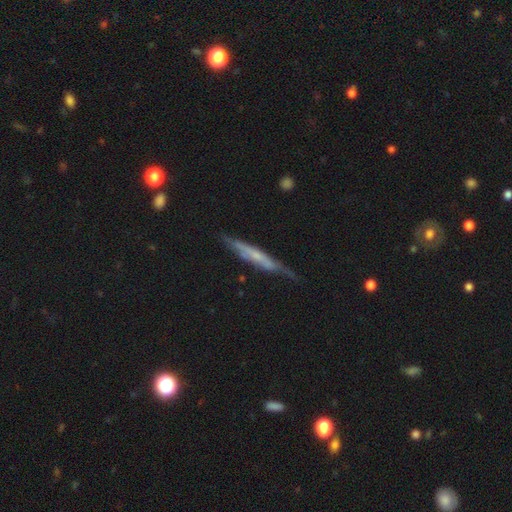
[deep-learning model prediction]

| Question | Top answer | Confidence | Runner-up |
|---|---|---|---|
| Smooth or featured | featured or disk | 58% | smooth (35%) |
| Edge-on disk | yes | 84% | no (16%) |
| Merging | none | 64% | minor disturbance (27%) |